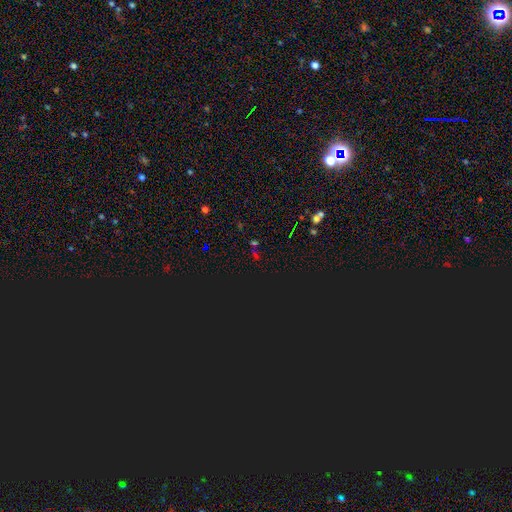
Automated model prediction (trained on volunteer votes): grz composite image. It shows a star or artifact, not a galaxy (69%).